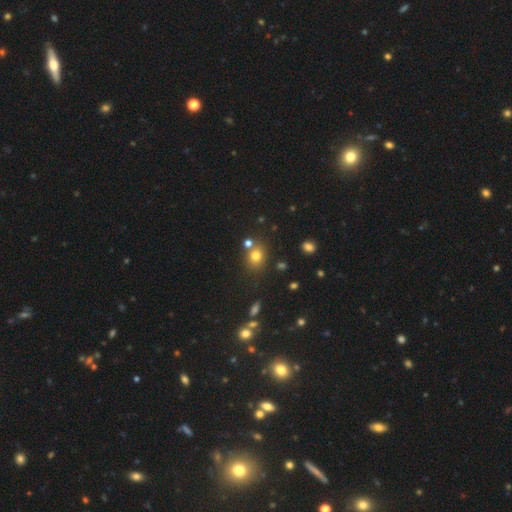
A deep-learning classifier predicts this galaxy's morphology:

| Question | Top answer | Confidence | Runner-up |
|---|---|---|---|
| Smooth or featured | smooth | 75% | star or artifact (16%) |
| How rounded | round | 64% | in between (35%) |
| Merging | none | 71% | merger (15%) |